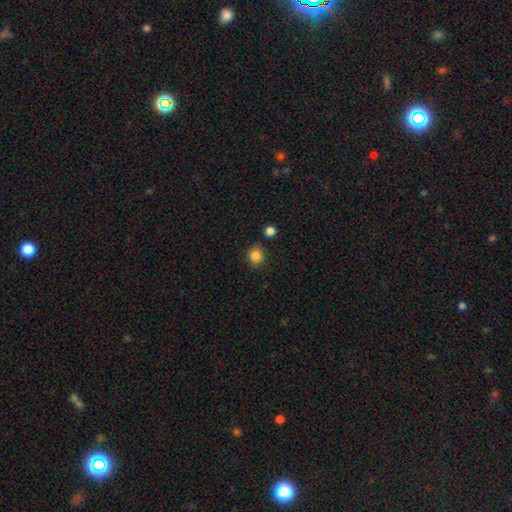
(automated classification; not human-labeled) Smooth or featured? Predicted: smooth (p=0.85). How rounded? Predicted: round (p=0.69). Merging? Predicted: none (p=0.83).